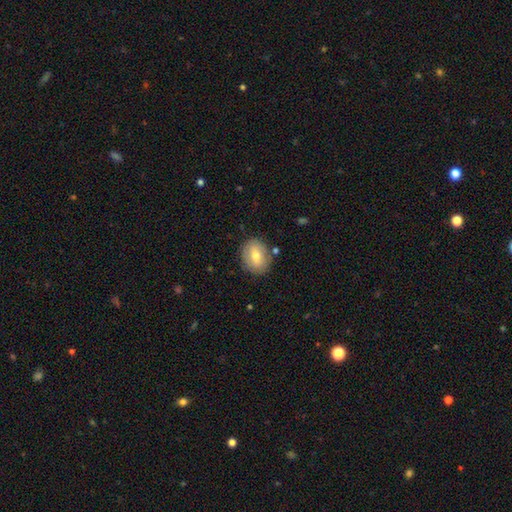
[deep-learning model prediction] A smooth galaxy with no disk features (66%) that is in between round and cigar-shaped (52%).

Vote fractions:
- Smooth or featured? smooth: 66% / featured or disk: 26% / star or artifact: 8%
- How rounded? in between: 52% / round: 47% / cigar-shaped: 1%
- Merging? none: 82% / minor disturbance: 12% / major disturbance: 3% / merger: 3%